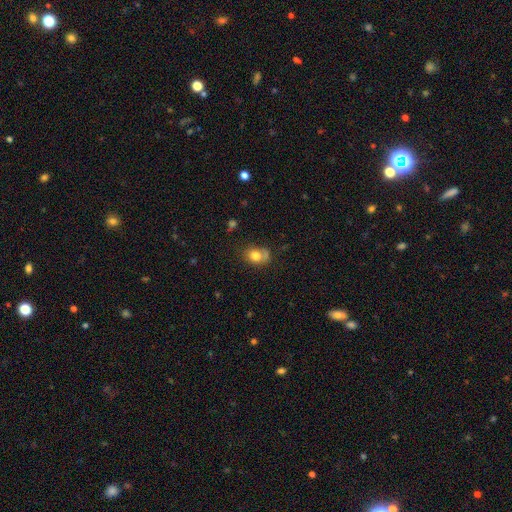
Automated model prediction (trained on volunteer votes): Q: Smooth or featured?
A: smooth (77%); runner-up: featured or disk (13%)
Q: How rounded?
A: in between (51%); runner-up: round (48%)
Q: Merging?
A: none (51%); runner-up: minor disturbance (27%)